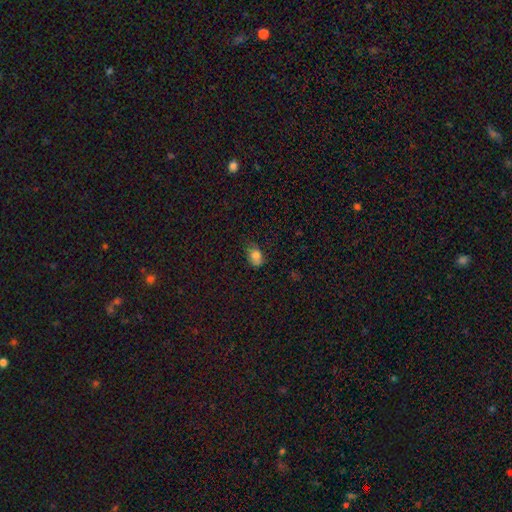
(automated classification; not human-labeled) Smooth or featured? Predicted: smooth (p=0.82). How rounded? Predicted: in between (p=0.79). Merging? Predicted: none (p=0.61).